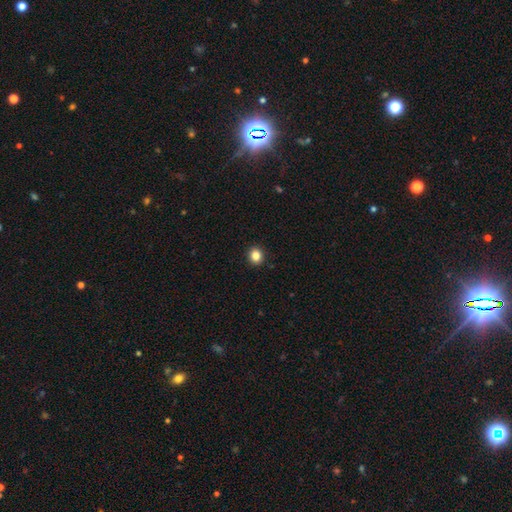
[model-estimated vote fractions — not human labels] This appears to be a smooth galaxy with no disk features (85%) that is round (80%). Merging: none (92%).